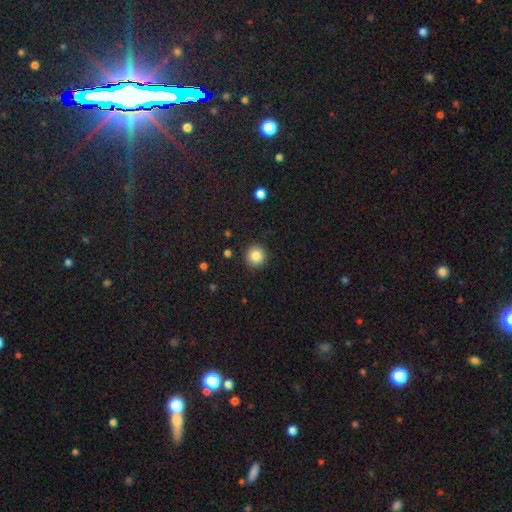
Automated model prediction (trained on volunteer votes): Smooth or featured?
  - smooth: 85% *
  - star or artifact: 10%
  - featured or disk: 5%
How rounded?
  - round: 95% *
  - in between: 4%
  - cigar-shaped: 1%
Merging?
  - none: 92% *
  - minor disturbance: 5%
  - major disturbance: 2%
  - merger: 1%